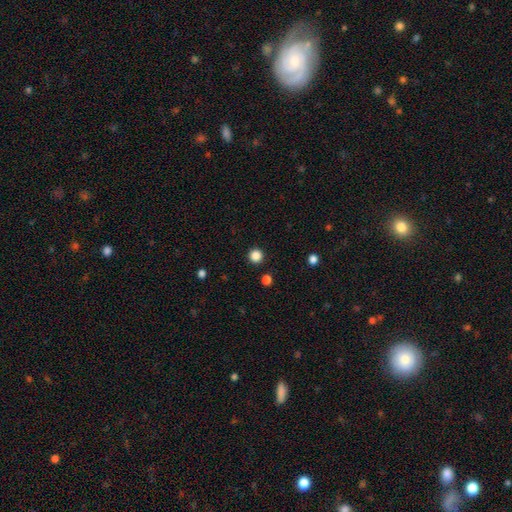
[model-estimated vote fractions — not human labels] Morphology: type=smooth (85%); roundness=round (96%); merging=none (93%).